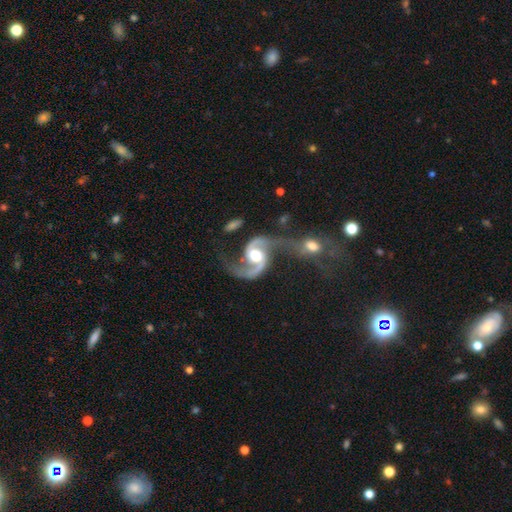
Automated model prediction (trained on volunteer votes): This is clearly a featured or disk galaxy (92%). It is clearly not viewed edge-on (98%). Bar: marginally no (44%). Spiral arm pattern: clearly yes (98%). Spiral arm count: clearly 2 (94%). Spiral winding: possibly medium (47%). Central bulge: likely moderate (68%). Merging: marginally merger (37%, tied with none).